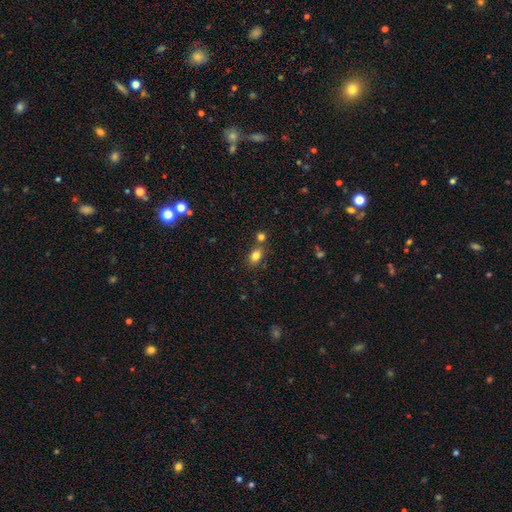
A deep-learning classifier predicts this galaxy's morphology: The model was most divided on "merging": none: 66%, merger: 19%, minor disturbance: 12%, major disturbance: 3%. More confident: smooth or featured — smooth (81%); how rounded — in between (79%).